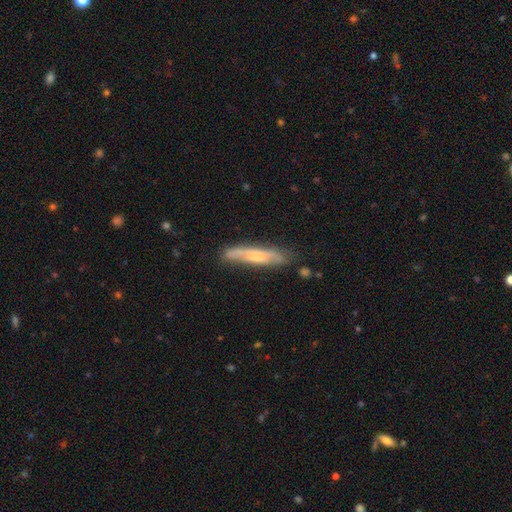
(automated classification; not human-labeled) Smooth or featured?
  - featured or disk: 50% *
  - smooth: 44%
  - star or artifact: 6%
Merging?
  - none: 73% *
  - minor disturbance: 20%
  - major disturbance: 4%
  - merger: 3%